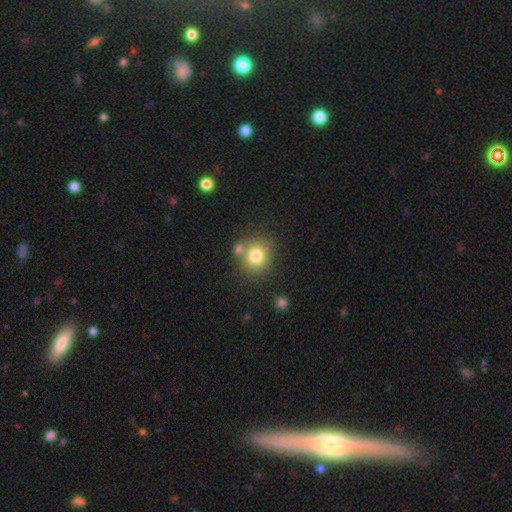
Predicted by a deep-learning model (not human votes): smooth 78%, star or artifact 11%, featured or disk 10%. Down the decision tree: how rounded — round (84%); merging — none (68%).